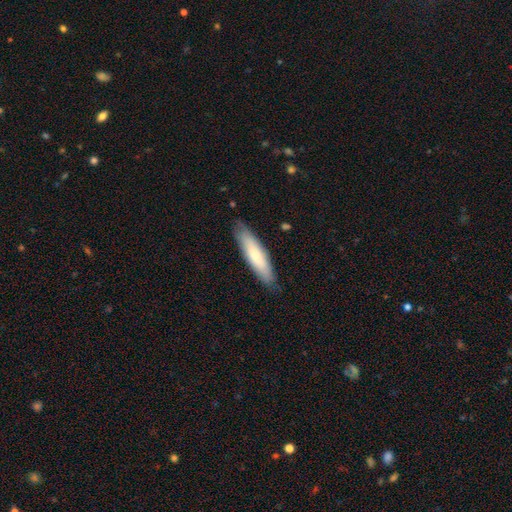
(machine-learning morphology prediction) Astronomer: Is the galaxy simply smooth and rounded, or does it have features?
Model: smooth — 73%.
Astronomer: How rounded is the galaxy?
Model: cigar-shaped — 73%.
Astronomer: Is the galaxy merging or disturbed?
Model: none — 84%.